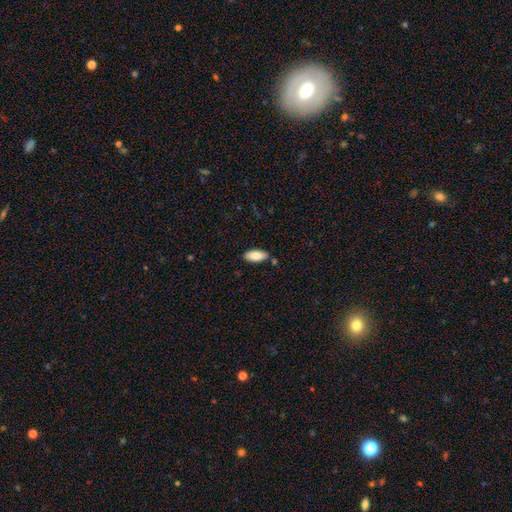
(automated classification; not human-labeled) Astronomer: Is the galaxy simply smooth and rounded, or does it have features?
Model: smooth — 86%.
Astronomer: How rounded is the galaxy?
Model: in between — 88%.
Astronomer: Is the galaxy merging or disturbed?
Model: none — 81%.